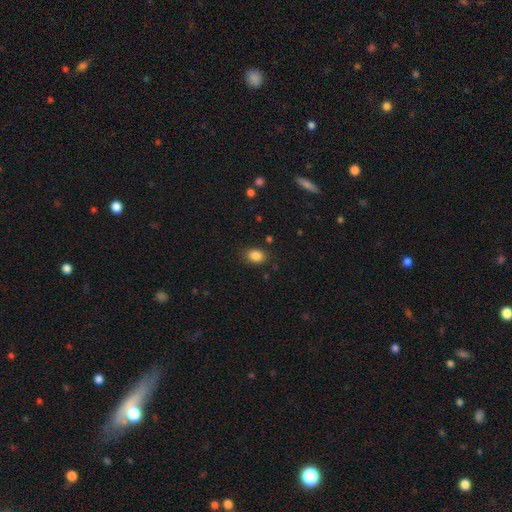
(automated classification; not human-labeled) smooth-or-featured: smooth: 86% | star or artifact: 10% | featured or disk: 4%
  how-rounded: in between: 68% | round: 31% | cigar-shaped: 1%
  merging: none: 85% | minor disturbance: 11% | major disturbance: 3% | merger: 2%